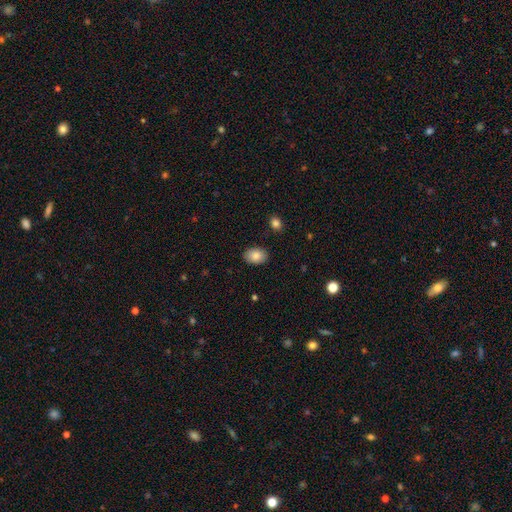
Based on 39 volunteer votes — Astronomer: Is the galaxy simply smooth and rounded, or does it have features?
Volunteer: smooth — 92%.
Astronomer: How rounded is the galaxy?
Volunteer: in between — 92%.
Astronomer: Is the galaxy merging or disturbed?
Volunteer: none — 95%.